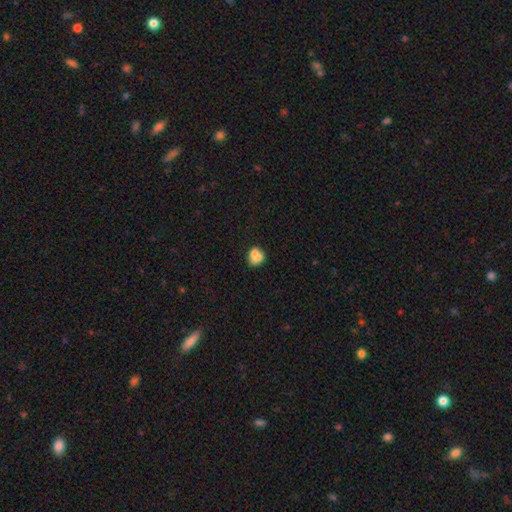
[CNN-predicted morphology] type=smooth (72%); roundness=round (63%); merging=merger (45%).